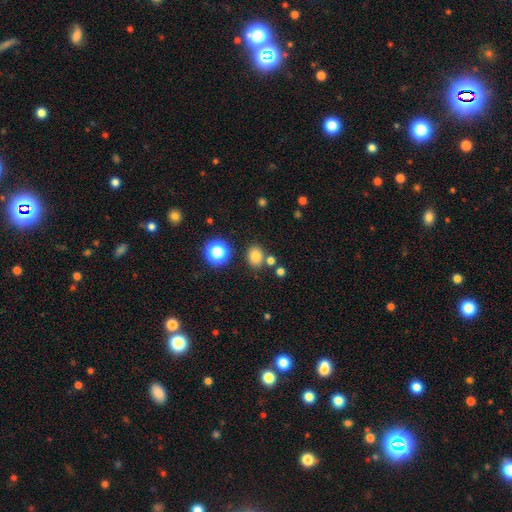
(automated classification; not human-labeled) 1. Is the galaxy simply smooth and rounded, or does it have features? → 76% smooth, 16% star or artifact, 8% featured or disk.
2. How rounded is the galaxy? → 58% round, 41% in between, 1% cigar-shaped.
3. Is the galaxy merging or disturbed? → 78% none, 10% minor disturbance, 9% merger, 3% major disturbance.